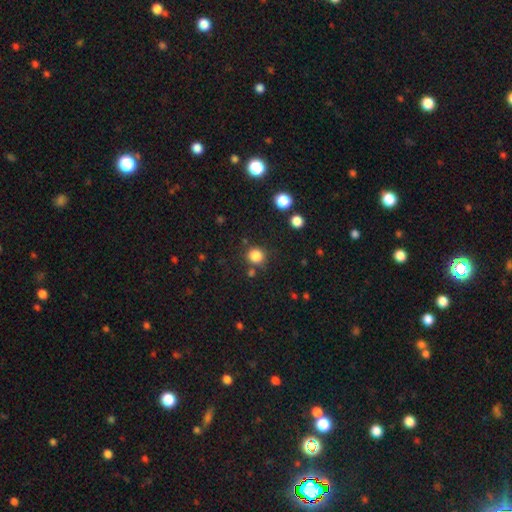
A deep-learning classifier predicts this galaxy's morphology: smooth_or_featured: smooth (p=0.84) [alt: star or artifact p=0.12]
how_rounded: round (p=0.89) [alt: in between p=0.10]
merging: none (p=0.81) [alt: minor disturbance p=0.09]